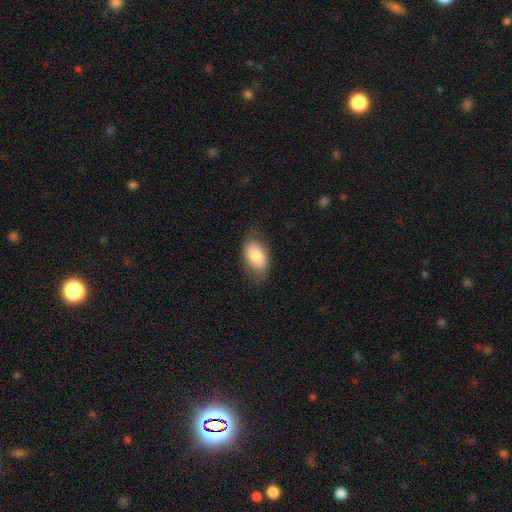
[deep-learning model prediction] Smooth or featured?
  - smooth: 81% *
  - featured or disk: 12%
  - star or artifact: 6%
How rounded?
  - in between: 93% *
  - round: 6%
  - cigar-shaped: 2%
Merging?
  - none: 74% *
  - minor disturbance: 20%
  - major disturbance: 5%
  - merger: 1%